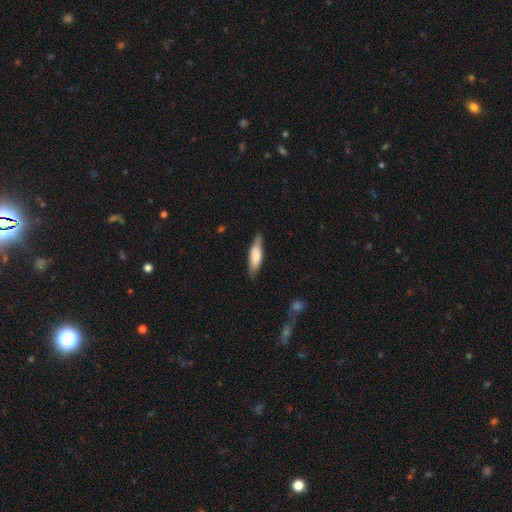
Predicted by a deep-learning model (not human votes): This appears to be a smooth galaxy with no disk features (69%) that is cigar-shaped (54%). Merging: none (79%).